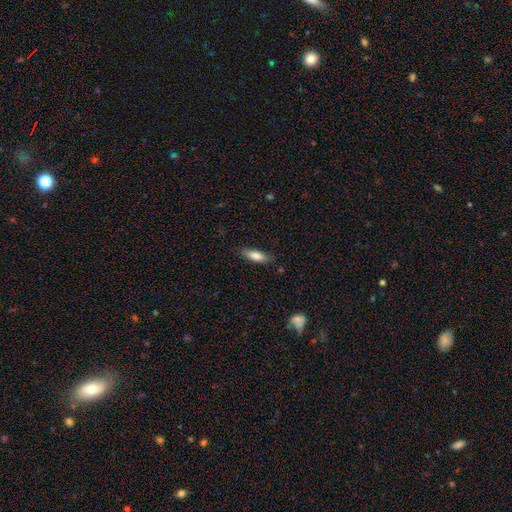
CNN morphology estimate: smooth_or_featured: smooth (p=0.81) [alt: featured or disk p=0.12]
how_rounded: in between (p=0.59) [alt: cigar-shaped p=0.40]
merging: none (p=0.79) [alt: minor disturbance p=0.16]